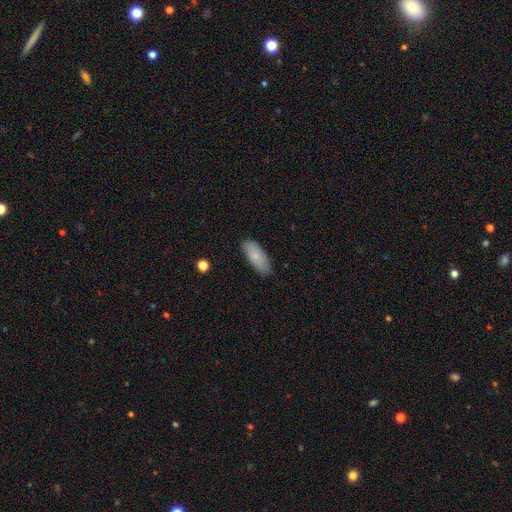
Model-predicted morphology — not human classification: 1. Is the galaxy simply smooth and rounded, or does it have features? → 82% smooth, 12% featured or disk, 6% star or artifact.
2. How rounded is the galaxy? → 78% in between, 20% cigar-shaped, 2% round.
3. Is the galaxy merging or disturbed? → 81% none, 15% minor disturbance, 3% major disturbance, 1% merger.